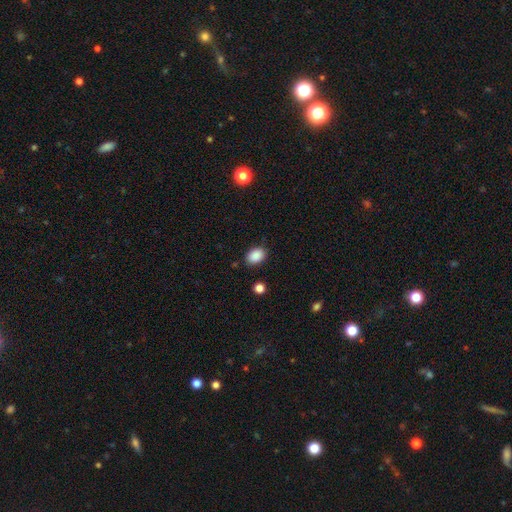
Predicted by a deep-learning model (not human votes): smooth 88%, star or artifact 8%, featured or disk 3%. Down the decision tree: how rounded — in between (78%); merging — none (86%).